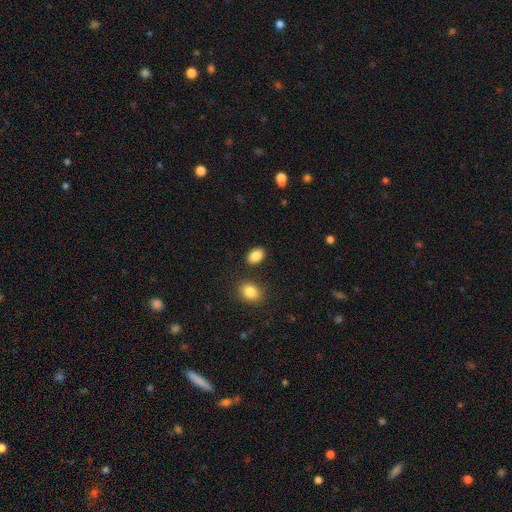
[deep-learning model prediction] Smooth or featured? smooth (87%)
How rounded? in between (84%)
Merging? none (83%)